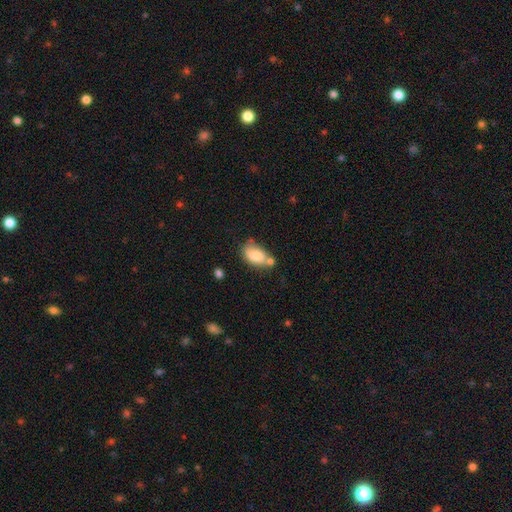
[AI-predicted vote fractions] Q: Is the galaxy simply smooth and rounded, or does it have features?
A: smooth — 79%.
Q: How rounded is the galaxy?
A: in between — 89%.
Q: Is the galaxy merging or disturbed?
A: none — 45%.